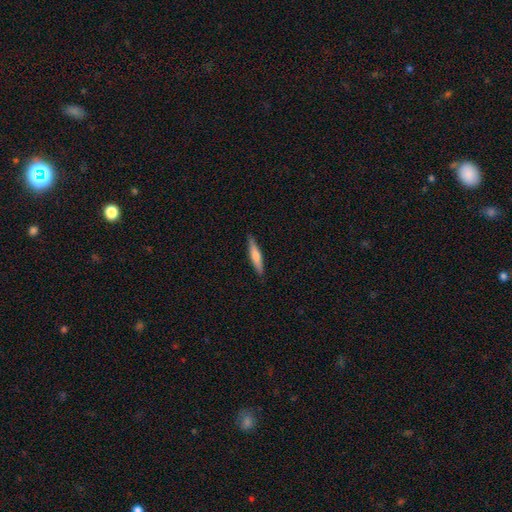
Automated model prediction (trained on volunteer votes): A smooth galaxy with no disk features (59%) that is cigar-shaped (88%).

Vote fractions:
- Smooth or featured? smooth: 59% / featured or disk: 35% / star or artifact: 5%
- How rounded? cigar-shaped: 88% / in between: 11% / round: 1%
- Merging? none: 88% / minor disturbance: 9% / major disturbance: 2% / merger: 1%